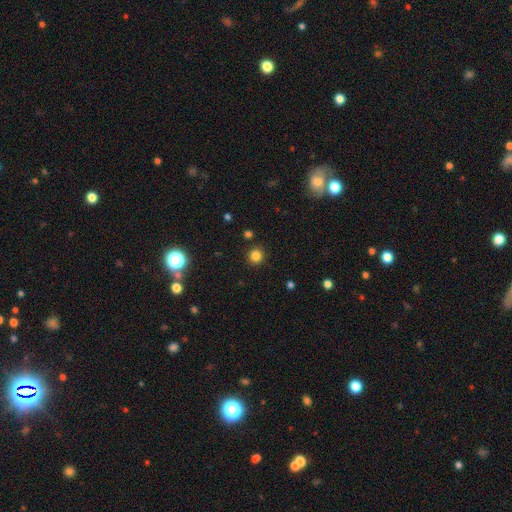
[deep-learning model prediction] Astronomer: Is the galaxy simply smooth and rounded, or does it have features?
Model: smooth — 81%.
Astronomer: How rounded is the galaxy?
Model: round — 94%.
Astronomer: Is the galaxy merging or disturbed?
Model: none — 90%.